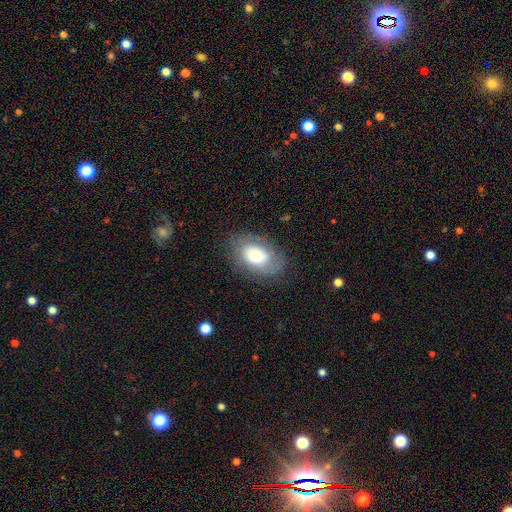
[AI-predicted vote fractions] A smooth galaxy with no disk features (64%) that is in between round and cigar-shaped (87%).

Vote fractions:
- Smooth or featured? smooth: 64% / featured or disk: 27% / star or artifact: 9%
- How rounded? in between: 87% / round: 11% / cigar-shaped: 1%
- Merging? none: 73% / minor disturbance: 17% / major disturbance: 8% / merger: 1%